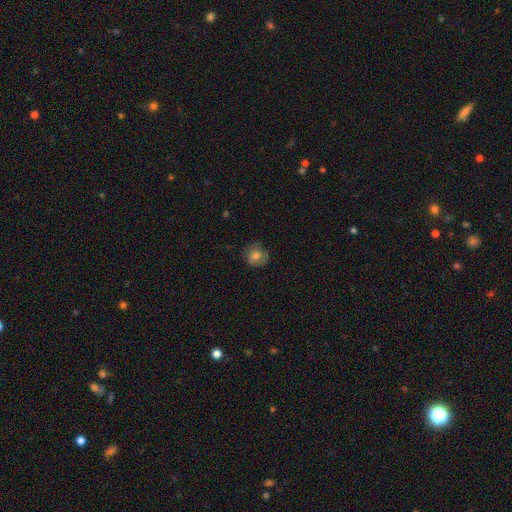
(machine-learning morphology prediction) Smooth or featured: smooth — 70% (featured or disk — 19%)
How rounded: round — 81% (in between — 18%)
Merging: none — 69% (minor disturbance — 22%)